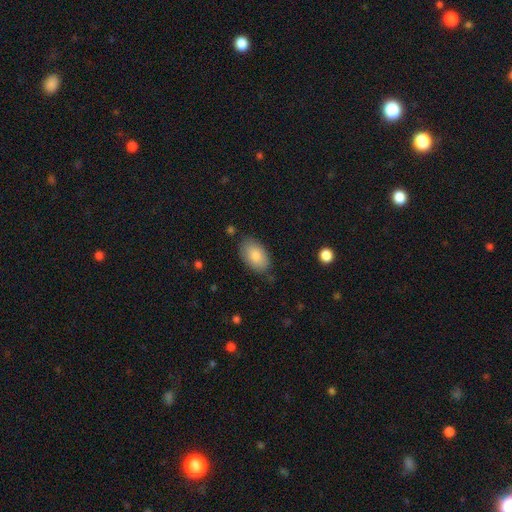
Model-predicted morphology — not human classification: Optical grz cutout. It shows a smooth galaxy with no disk features (84%) that is in between round and cigar-shaped (93%). Merging: none (79%).